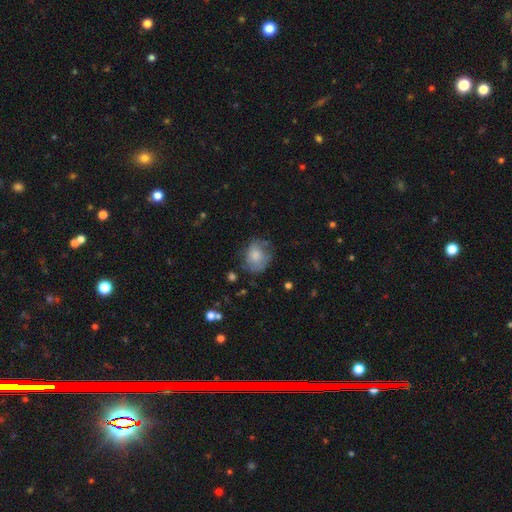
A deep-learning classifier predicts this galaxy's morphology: The model was most divided on "how rounded": round: 57%, in between: 42%, cigar-shaped: 1%. More confident: smooth or featured — smooth (69%); merging — none (55%).